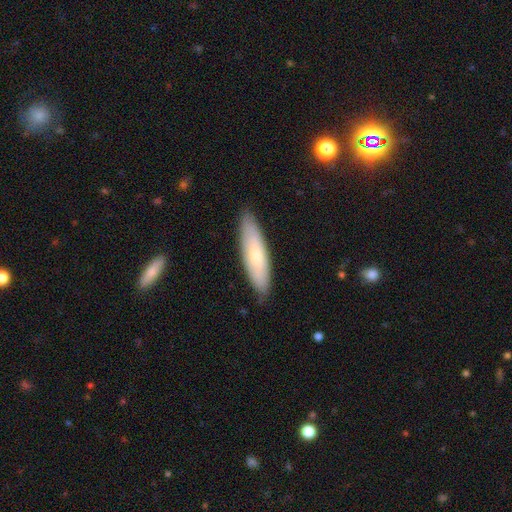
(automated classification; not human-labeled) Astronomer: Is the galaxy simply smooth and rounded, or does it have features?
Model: smooth — 65%.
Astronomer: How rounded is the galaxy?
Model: cigar-shaped — 62%.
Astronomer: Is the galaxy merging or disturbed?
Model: none — 86%.